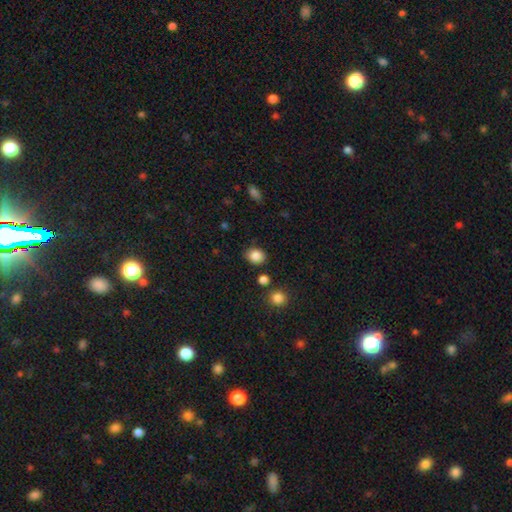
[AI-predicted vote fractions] Smooth or featured? smooth (86%)
How rounded? round (56%)
Merging? none (82%)